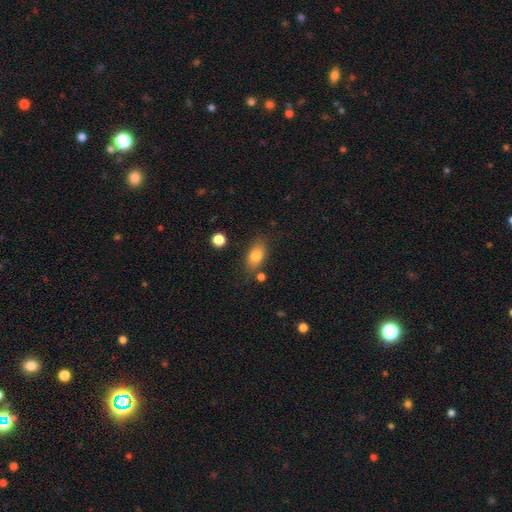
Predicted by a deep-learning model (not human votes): This is clearly a smooth galaxy (82%). How rounded: clearly in between (85%). Merging: likely none (73%).